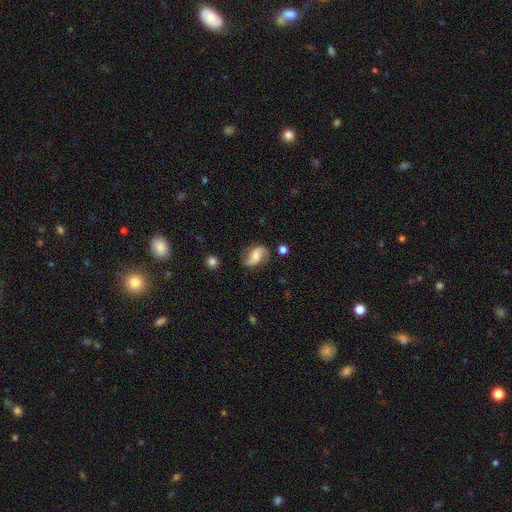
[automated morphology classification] smooth-or-featured: featured or disk: 69% | smooth: 24% | star or artifact: 8%
  disk-edge-on: no: 97% | yes: 3%
    bar: no: 52% | weak: 36% | strong: 12%
    has-spiral-arms: yes: 94% | no: 6%
      spiral-winding: loose: 65% | medium: 26% | tight: 9%
      spiral-arm-count: 2: 92% | can't tell: 3% | 1: 2% | 3: 1% | 4: 1% | more than 4: 1%
    bulge-size: moderate: 42% | small: 29% | none: 13% | large: 12% | dominant: 3%
  merging: none: 74% | minor disturbance: 17% | major disturbance: 6% | merger: 3%